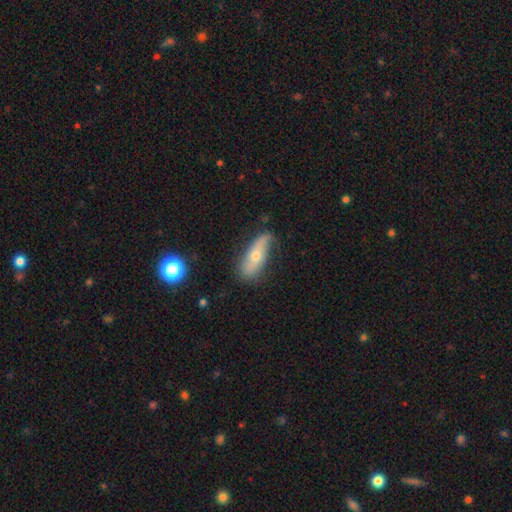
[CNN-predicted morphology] type=featured or disk (49%); merging=none (66%).